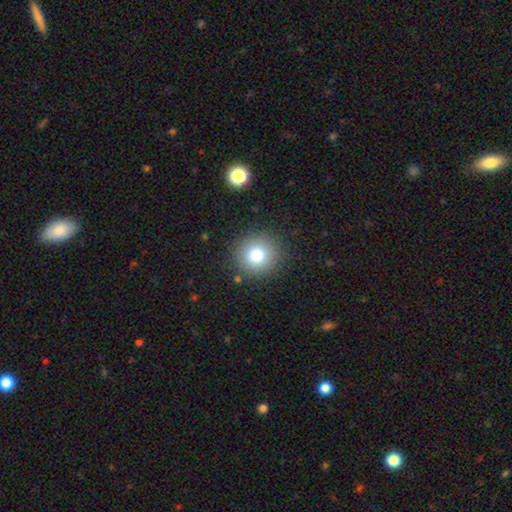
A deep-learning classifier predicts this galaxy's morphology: A smooth galaxy with no disk features (78%) that is round (93%). Merging: none (88%).